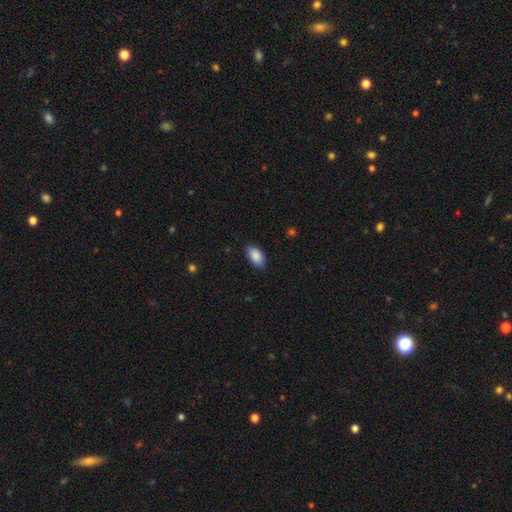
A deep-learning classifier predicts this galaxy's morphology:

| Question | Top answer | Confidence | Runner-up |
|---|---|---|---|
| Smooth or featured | smooth | 89% | star or artifact (7%) |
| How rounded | in between | 94% | round (4%) |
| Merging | none | 84% | minor disturbance (12%) |